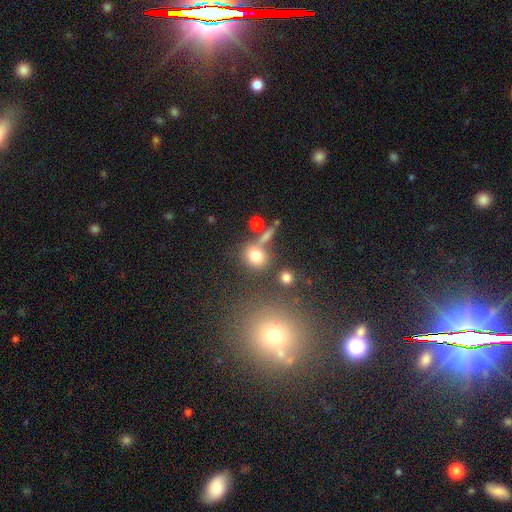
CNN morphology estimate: Q: Smooth or featured?
A: smooth (76%); runner-up: star or artifact (14%)
Q: How rounded?
A: round (65%); runner-up: in between (32%)
Q: Merging?
A: none (58%); runner-up: merger (22%)